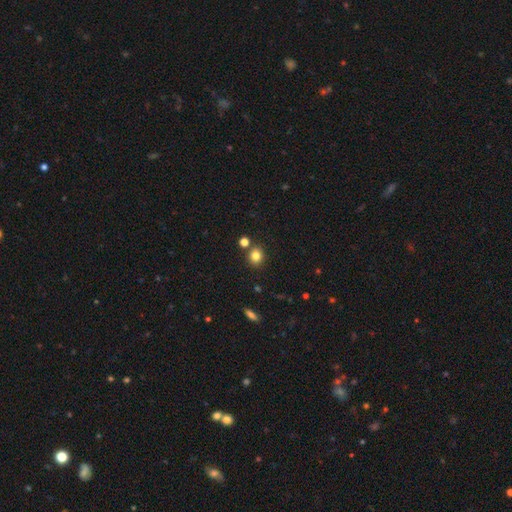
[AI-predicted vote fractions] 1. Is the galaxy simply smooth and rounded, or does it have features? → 81% smooth, 13% star or artifact, 6% featured or disk.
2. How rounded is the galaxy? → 81% round, 18% in between, 1% cigar-shaped.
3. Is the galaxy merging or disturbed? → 82% none, 8% merger, 8% minor disturbance, 2% major disturbance.